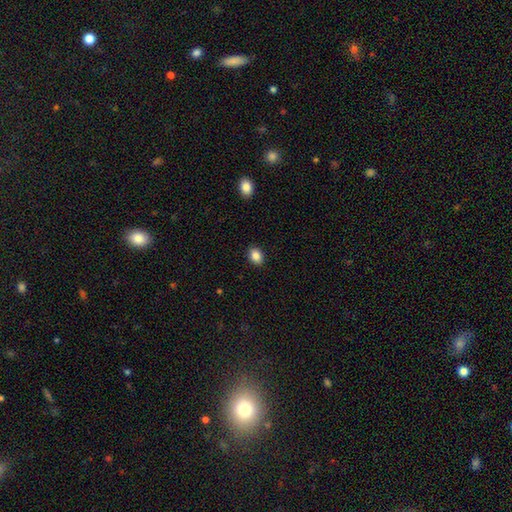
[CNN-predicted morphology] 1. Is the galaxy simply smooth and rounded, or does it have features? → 87% smooth, 9% star or artifact, 4% featured or disk.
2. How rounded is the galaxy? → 67% in between, 32% round, 1% cigar-shaped.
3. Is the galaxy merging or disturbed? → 90% none, 7% minor disturbance, 2% major disturbance, 1% merger.